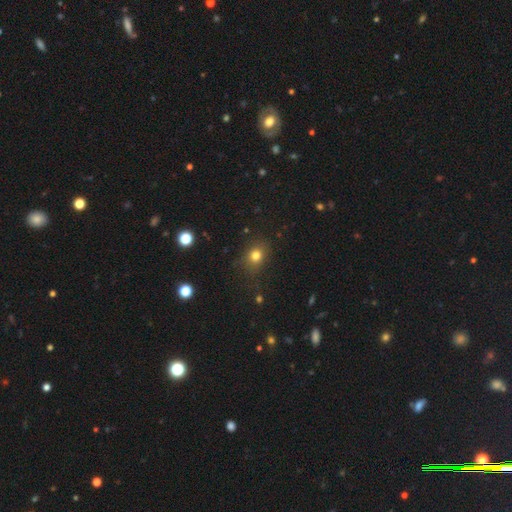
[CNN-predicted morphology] This appears to be a smooth galaxy with no disk features (77%) that is round (62%). Merging: none (80%).